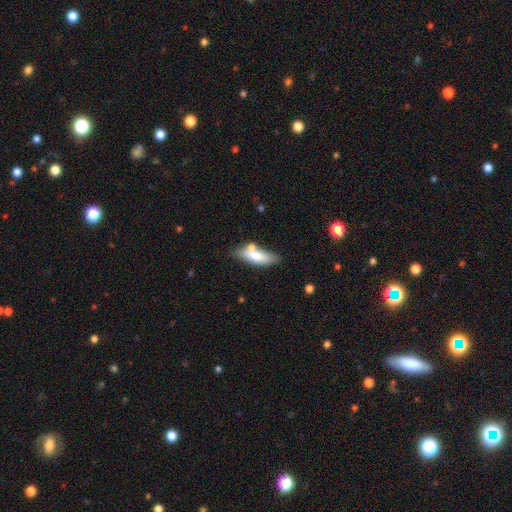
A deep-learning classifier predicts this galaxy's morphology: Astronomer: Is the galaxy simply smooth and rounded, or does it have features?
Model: smooth — 72%.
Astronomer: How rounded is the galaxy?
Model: in between — 54% (runner-up: cigar-shaped, 44%).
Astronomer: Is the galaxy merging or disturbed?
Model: none — 63%.